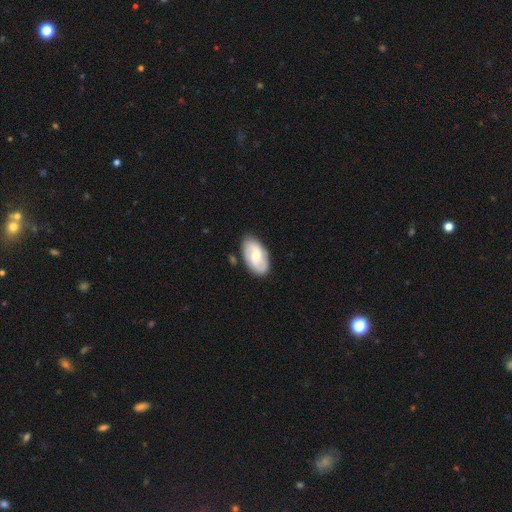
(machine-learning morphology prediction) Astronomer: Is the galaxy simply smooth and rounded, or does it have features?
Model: featured or disk — 61%.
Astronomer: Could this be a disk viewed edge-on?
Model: no — 95%.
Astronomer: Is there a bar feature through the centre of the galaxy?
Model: weak — 48% (runner-up: no, 40%).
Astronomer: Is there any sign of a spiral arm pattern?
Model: yes — 84%.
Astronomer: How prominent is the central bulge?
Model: moderate — 58% (runner-up: small, 35%).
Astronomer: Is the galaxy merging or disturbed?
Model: none — 81%.